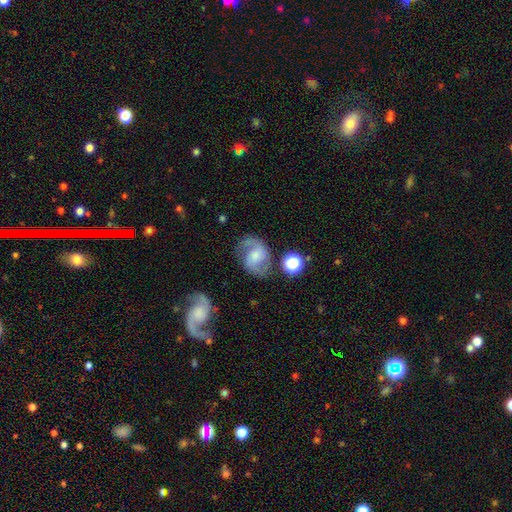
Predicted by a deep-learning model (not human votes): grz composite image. It shows a featured or disk galaxy (76%) with no bar (48%), 2 (90%) medium (52%) spiral arms (94%) and a moderate central bulge (35%). Merging: none (67%).